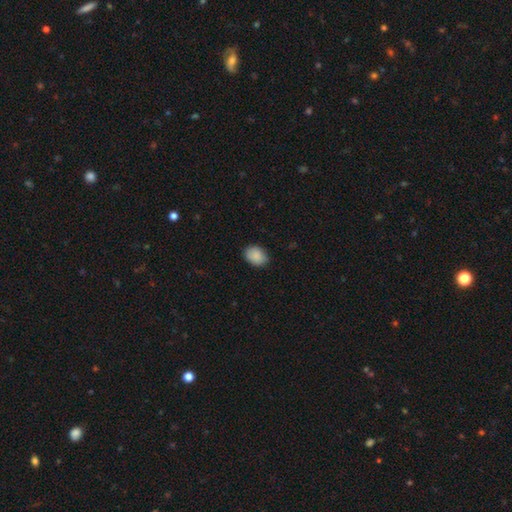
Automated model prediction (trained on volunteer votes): Q: Smooth or featured?
A: smooth (89%); runner-up: star or artifact (7%)
Q: How rounded?
A: in between (72%); runner-up: round (27%)
Q: Merging?
A: none (85%); runner-up: minor disturbance (12%)